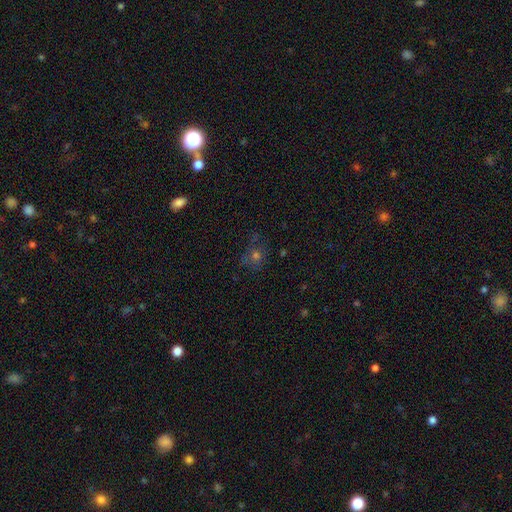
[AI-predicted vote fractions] A smooth galaxy with no disk features (50%) that is round (81%).

Vote fractions:
- Smooth or featured? smooth: 50% / star or artifact: 33% / featured or disk: 17%
- How rounded? round: 81% / in between: 18% / cigar-shaped: 1%
- Merging? none: 70% / minor disturbance: 18% / major disturbance: 9% / merger: 3%